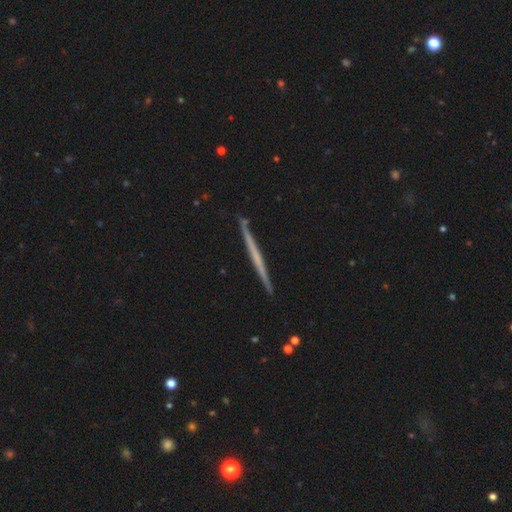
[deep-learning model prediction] A featured or disk galaxy (60%) viewed edge-on (98%) with no central bulge (89%).

Vote fractions:
- Smooth or featured? featured or disk: 60% / smooth: 34% / star or artifact: 5%
- Edge-on disk? yes: 98% / no: 2%
- Edge-on bulge? none: 89% / rounded: 7% / boxy: 4%
- Merging? none: 91% / minor disturbance: 6% / merger: 1% / major disturbance: 1%